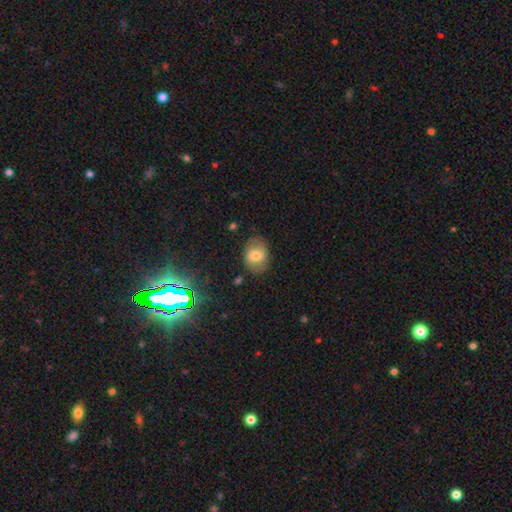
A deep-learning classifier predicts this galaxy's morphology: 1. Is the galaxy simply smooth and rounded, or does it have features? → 66% smooth, 24% featured or disk, 11% star or artifact.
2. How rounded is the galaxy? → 61% in between, 38% round, 1% cigar-shaped.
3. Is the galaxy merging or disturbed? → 78% none, 15% minor disturbance, 5% major disturbance, 2% merger.